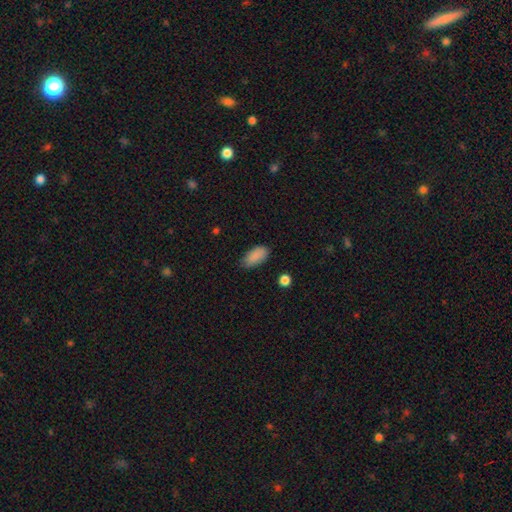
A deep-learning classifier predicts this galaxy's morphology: Smooth or featured: smooth — 88% (star or artifact — 8%)
How rounded: in between — 92% (cigar-shaped — 6%)
Merging: none — 78% (minor disturbance — 18%)